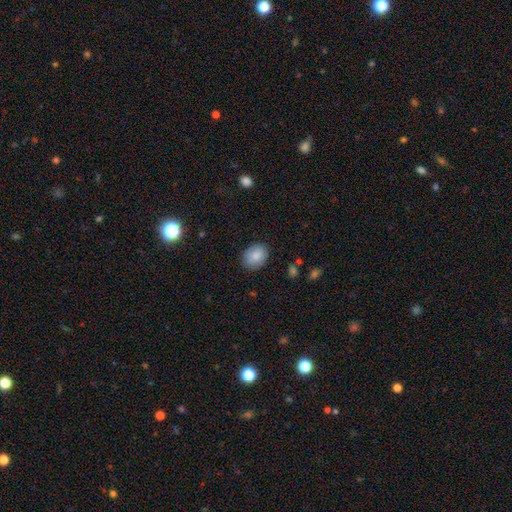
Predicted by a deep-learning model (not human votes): Smooth or featured?
  - smooth: 86% *
  - star or artifact: 8%
  - featured or disk: 6%
How rounded?
  - in between: 60% *
  - round: 39%
  - cigar-shaped: 1%
Merging?
  - none: 85% *
  - minor disturbance: 12%
  - major disturbance: 3%
  - merger: 1%